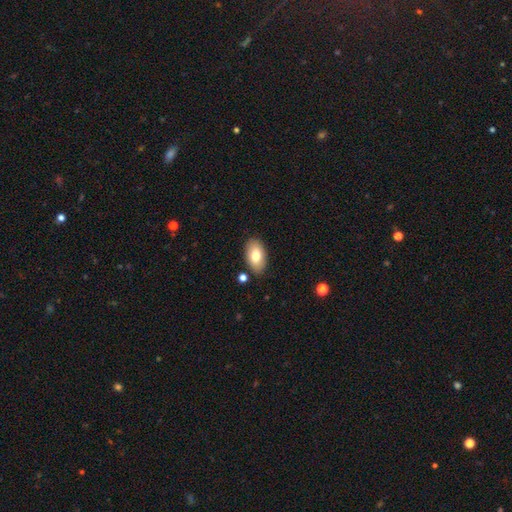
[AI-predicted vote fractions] This appears to be a smooth galaxy with no disk features (77%) that is in between round and cigar-shaped (93%). Merging: none (85%).